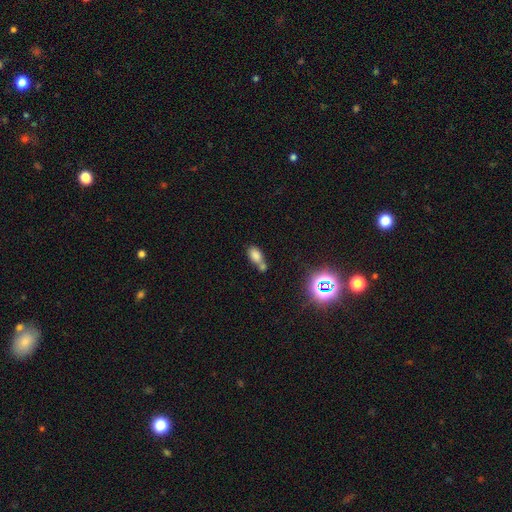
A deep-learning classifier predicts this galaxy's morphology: Smooth or featured?
  - smooth: 75% *
  - star or artifact: 15%
  - featured or disk: 10%
How rounded?
  - in between: 86% *
  - round: 10%
  - cigar-shaped: 4%
Merging?
  - merger: 51% *
  - none: 31%
  - minor disturbance: 12%
  - major disturbance: 6%